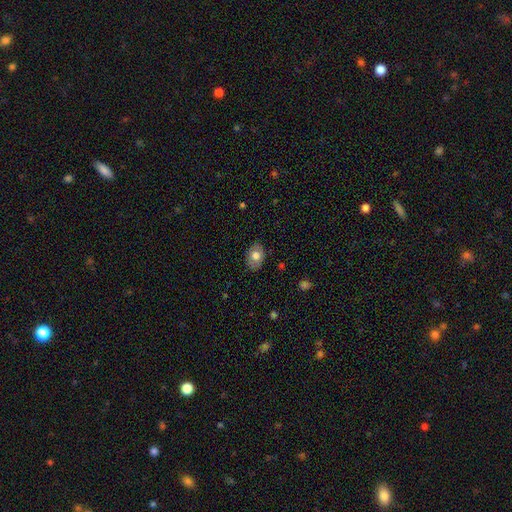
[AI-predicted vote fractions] Q: Smooth or featured?
A: smooth (73%); runner-up: featured or disk (19%)
Q: How rounded?
A: in between (79%); runner-up: round (20%)
Q: Merging?
A: none (82%); runner-up: minor disturbance (14%)